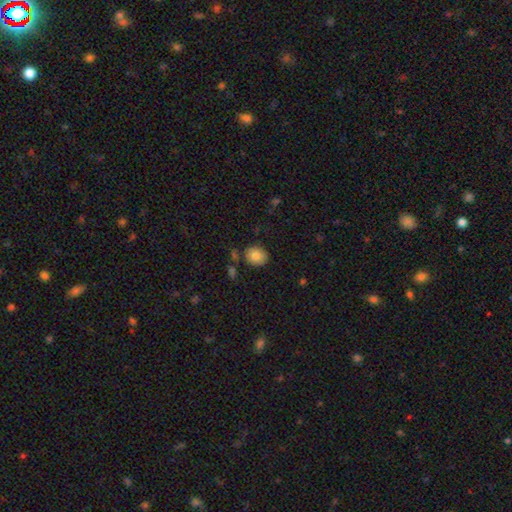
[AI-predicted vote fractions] Q: Smooth or featured?
A: smooth (82%); runner-up: featured or disk (9%)
Q: How rounded?
A: round (68%); runner-up: in between (31%)
Q: Merging?
A: none (81%); runner-up: minor disturbance (12%)